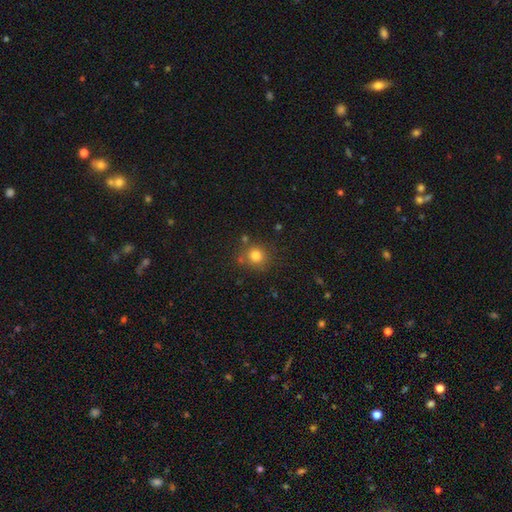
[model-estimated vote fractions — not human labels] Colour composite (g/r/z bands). It shows a smooth galaxy with no disk features (79%) that is round (88%). Merging: none (77%).